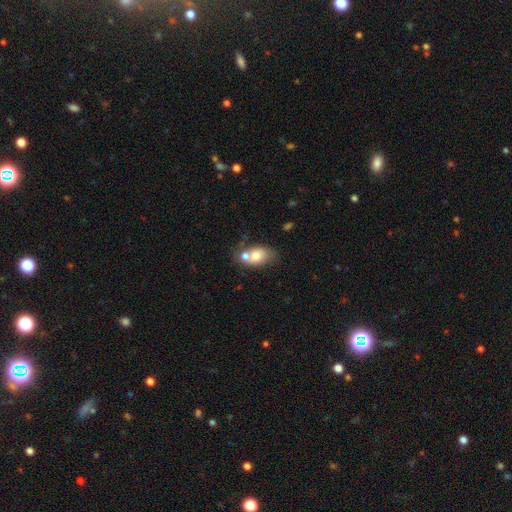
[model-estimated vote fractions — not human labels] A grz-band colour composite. It shows a smooth galaxy with no disk features (69%) that is in between round and cigar-shaped (77%). Merging: merger (44%).